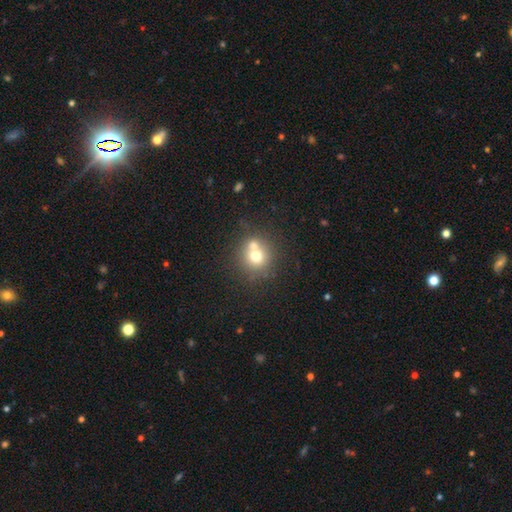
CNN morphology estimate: type=smooth (68%); roundness=round (87%); merging=none (50%).